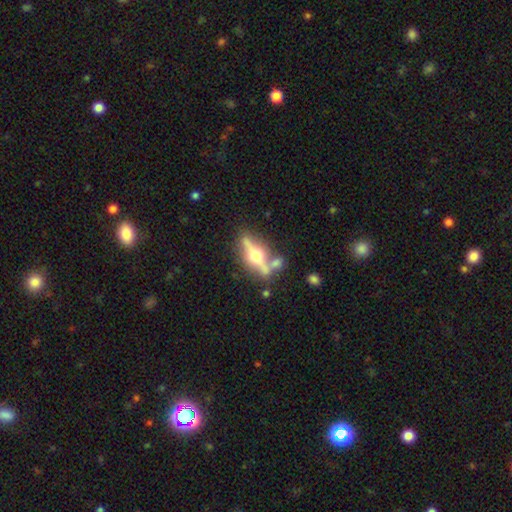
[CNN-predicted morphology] Smooth or featured? Predicted: featured or disk (p=0.76). Edge-on disk? Predicted: yes (p=0.93). Edge-on bulge? Predicted: rounded (p=0.96). Merging? Predicted: none (p=0.73).